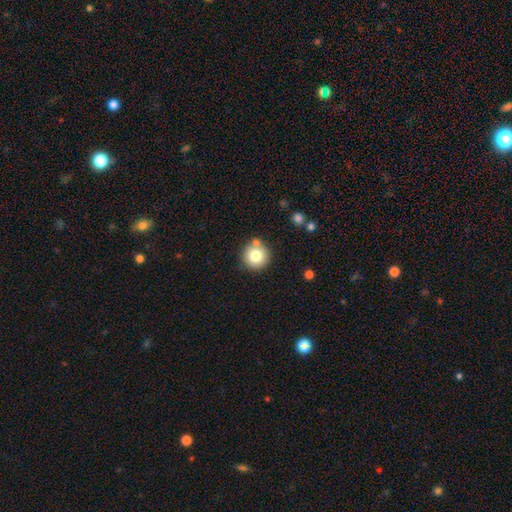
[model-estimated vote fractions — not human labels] Smooth or featured: smooth — 78% (featured or disk — 12%)
How rounded: round — 95% (in between — 4%)
Merging: none — 78% (merger — 10%)